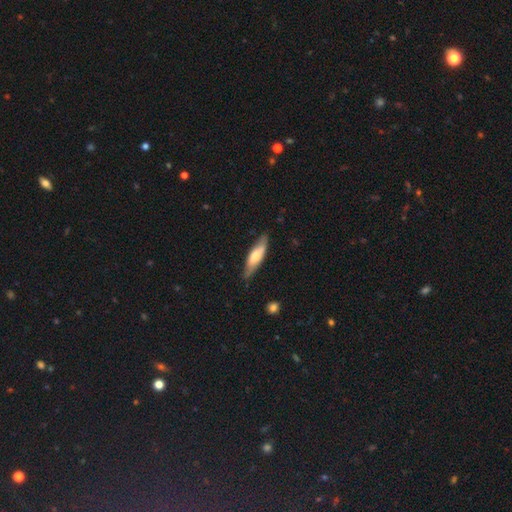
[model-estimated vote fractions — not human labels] A smooth galaxy with no disk features (59%) that is cigar-shaped (61%). Merging: none (78%).